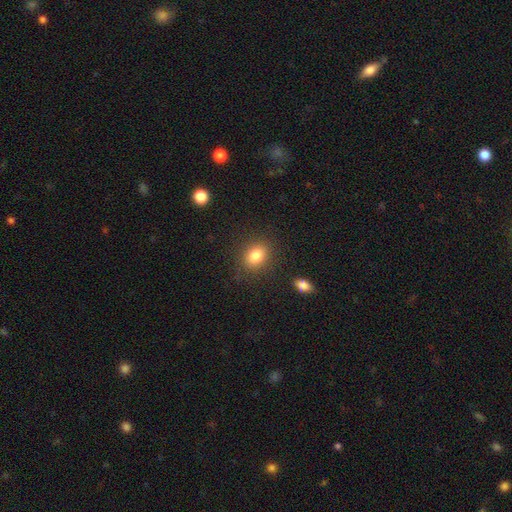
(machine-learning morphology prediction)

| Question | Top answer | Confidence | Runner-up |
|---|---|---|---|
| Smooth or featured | smooth | 84% | star or artifact (10%) |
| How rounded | in between | 60% | round (39%) |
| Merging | none | 85% | minor disturbance (10%) |